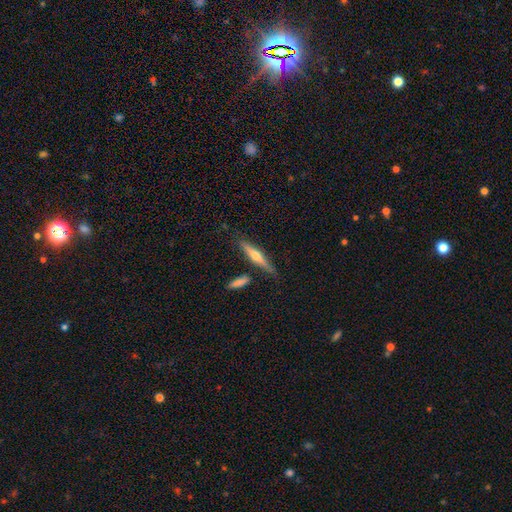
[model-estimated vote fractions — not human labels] Overall: featured or disk (53%; smooth 41%). Edge-on disk: yes (95%). Edge-on bulge: rounded (82%). Merging: none (78%).